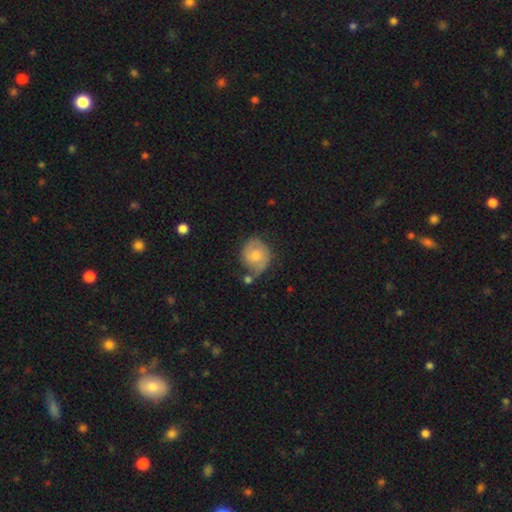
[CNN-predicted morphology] The model was most divided on "smooth or featured": featured or disk: 51%, smooth: 42%, star or artifact: 7%. Remaining: edge-on disk — no (97%); merging — none (49%).